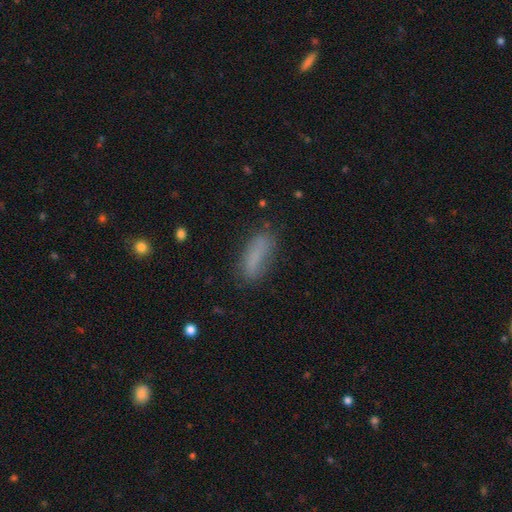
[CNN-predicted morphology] Q: Smooth or featured?
A: smooth (76%); runner-up: featured or disk (14%)
Q: How rounded?
A: in between (55%); runner-up: cigar-shaped (43%)
Q: Merging?
A: none (72%); runner-up: minor disturbance (19%)